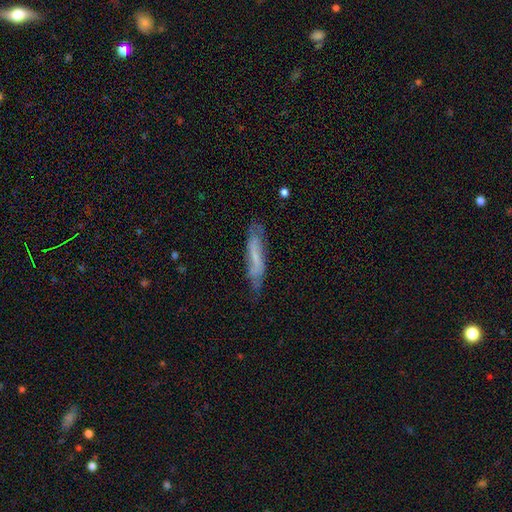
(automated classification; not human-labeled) Morphology: type=featured or disk (51%); edge-on=no (52%); merging=none (64%).